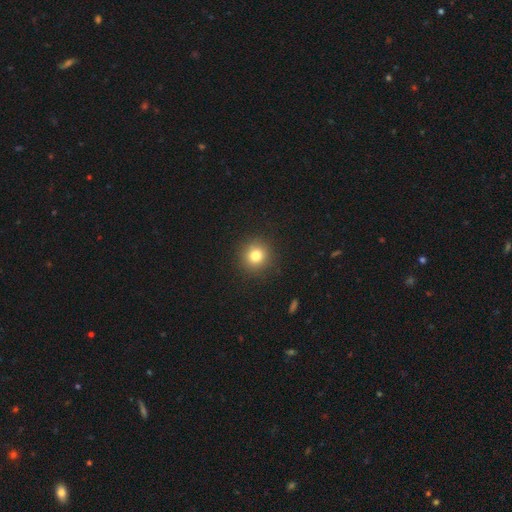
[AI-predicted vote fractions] A smooth galaxy with no disk features (80%) that is round (92%). Merging: none (91%).